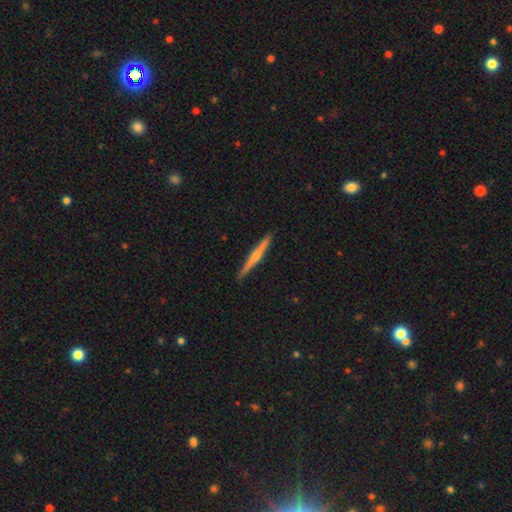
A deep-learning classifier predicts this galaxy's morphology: The model was most divided on "smooth or featured": featured or disk: 70%, smooth: 24%, star or artifact: 6%. More confident: edge-on disk — yes (98%); merging — none (92%); edge-on bulge — rounded (77%).